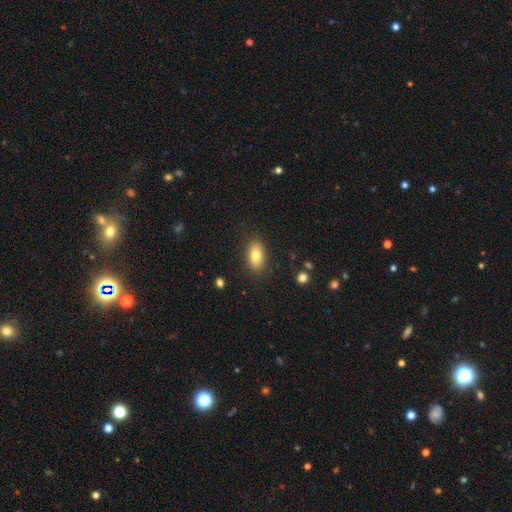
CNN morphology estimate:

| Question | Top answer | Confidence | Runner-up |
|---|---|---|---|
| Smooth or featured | smooth | 79% | featured or disk (13%) |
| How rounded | in between | 89% | round (6%) |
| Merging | none | 86% | minor disturbance (10%) |